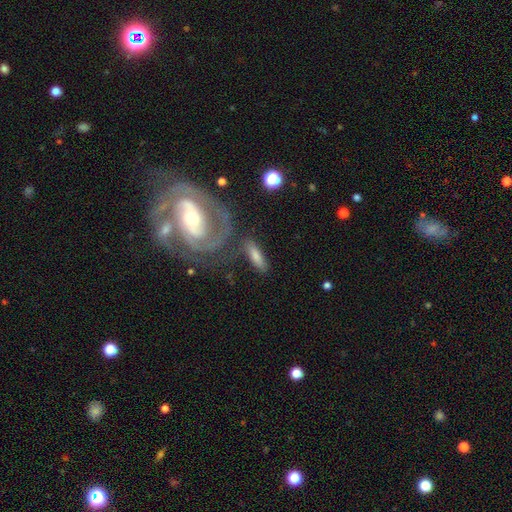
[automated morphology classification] Overall: smooth (65%; featured or disk 29%). How rounded: cigar-shaped (61%; in between 36%). Merging: none (66%).